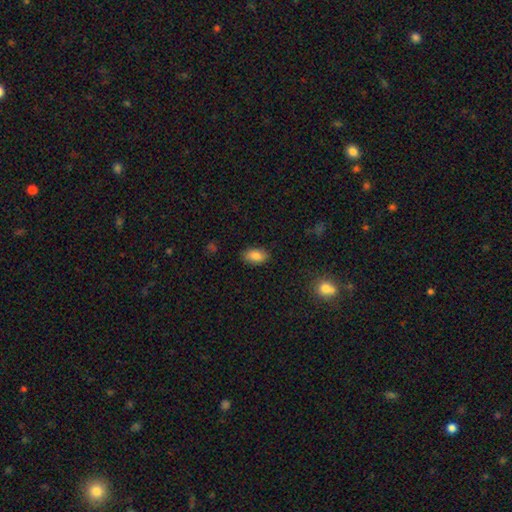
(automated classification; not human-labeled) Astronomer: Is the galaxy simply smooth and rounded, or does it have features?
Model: smooth — 84%.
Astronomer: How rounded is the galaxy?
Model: in between — 91%.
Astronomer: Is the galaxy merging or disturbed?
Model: none — 87%.